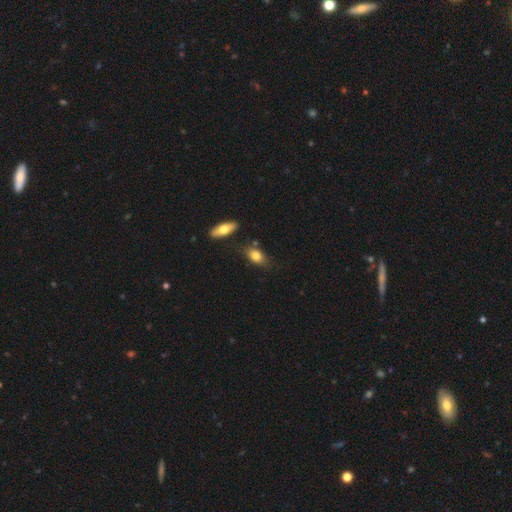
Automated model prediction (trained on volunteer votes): Smooth or featured: smooth — 79% (featured or disk — 14%)
How rounded: in between — 84% (round — 9%)
Merging: none — 71% (minor disturbance — 16%)